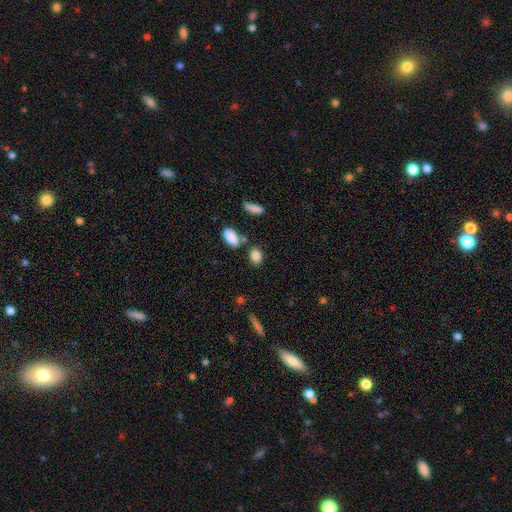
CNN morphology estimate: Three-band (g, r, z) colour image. It shows a smooth galaxy with no disk features (85%) that is in between round and cigar-shaped (67%). Merging: none (72%).